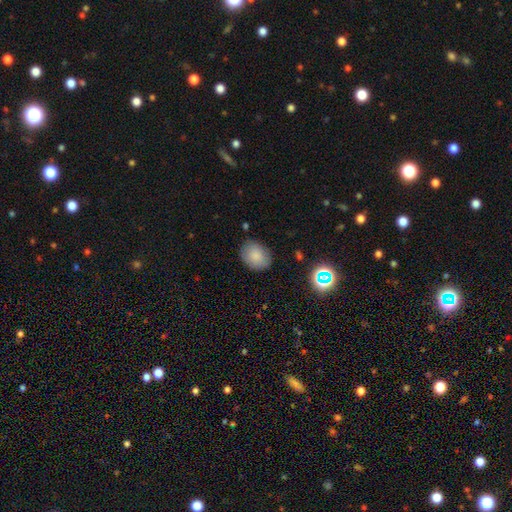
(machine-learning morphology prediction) smooth-or-featured: smooth: 84% | star or artifact: 9% | featured or disk: 7%
  how-rounded: in between: 59% | round: 40% | cigar-shaped: 1%
  merging: none: 81% | minor disturbance: 14% | major disturbance: 3% | merger: 2%